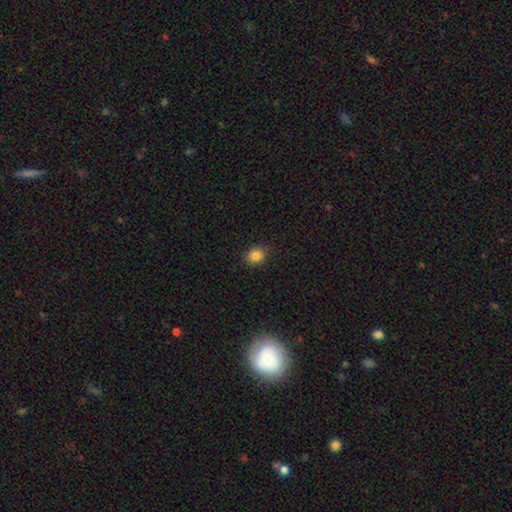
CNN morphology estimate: This appears to be a smooth galaxy with no disk features (84%) that is round (58%). Merging: none (87%).